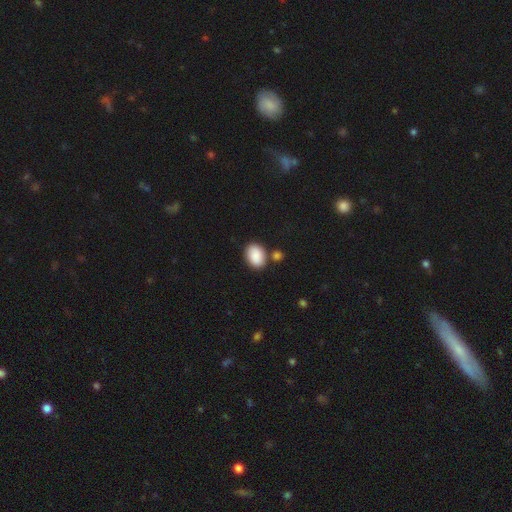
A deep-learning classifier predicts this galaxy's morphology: smooth_or_featured: smooth (p=0.89) [alt: star or artifact p=0.07]
how_rounded: in between (p=0.82) [alt: round p=0.17]
merging: none (p=0.69) [alt: merger p=0.14]